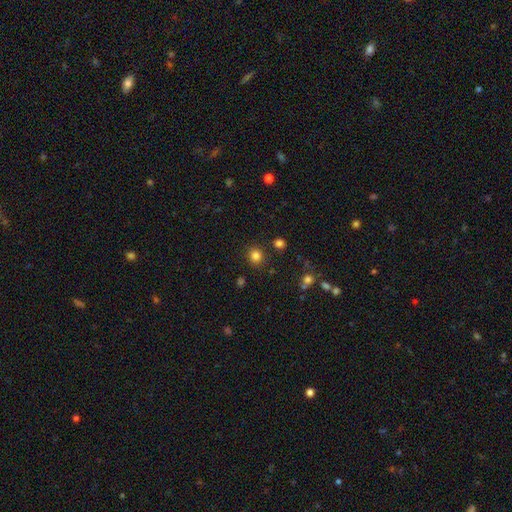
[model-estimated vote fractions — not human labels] This appears to be a smooth galaxy with no disk features (82%) that is round (86%). Merging: none (87%).